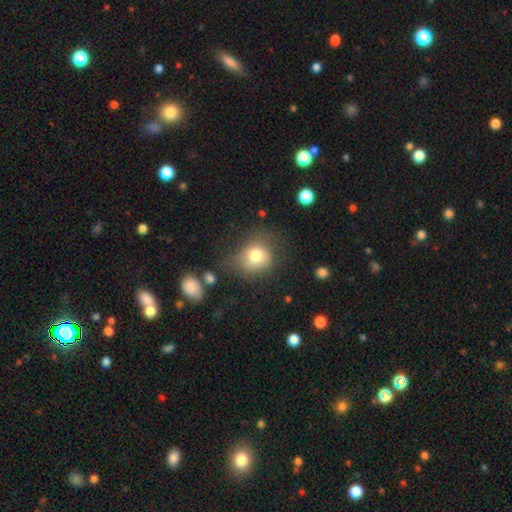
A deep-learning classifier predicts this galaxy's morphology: type=smooth (77%); roundness=round (69%); merging=none (51%).